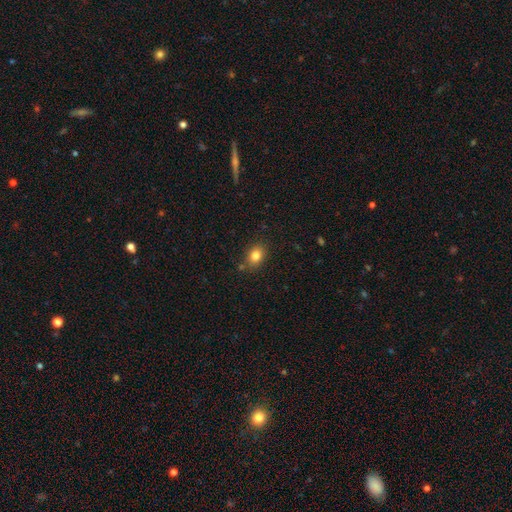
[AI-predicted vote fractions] The model was most divided on "how rounded": in between: 63%, round: 35%, cigar-shaped: 1%. More confident: smooth or featured — smooth (83%); merging — none (81%).